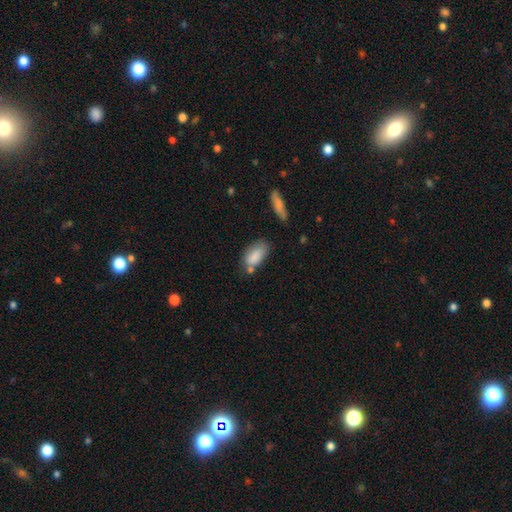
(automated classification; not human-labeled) Q: Smooth or featured?
A: smooth (84%); runner-up: featured or disk (9%)
Q: How rounded?
A: in between (91%); runner-up: cigar-shaped (5%)
Q: Merging?
A: none (52%); runner-up: minor disturbance (26%)